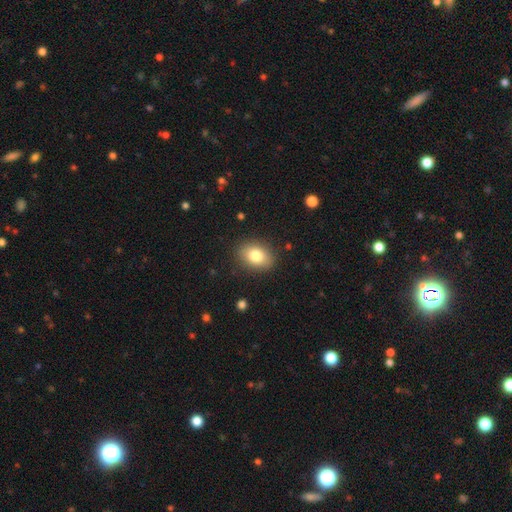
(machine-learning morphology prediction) type=smooth (80%); roundness=in between (72%); merging=none (87%).